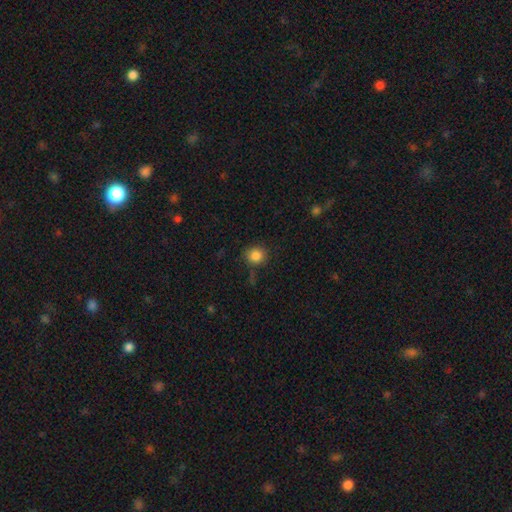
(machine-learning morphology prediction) A smooth galaxy with no disk features (85%) that is round (86%). Merging: none (81%).